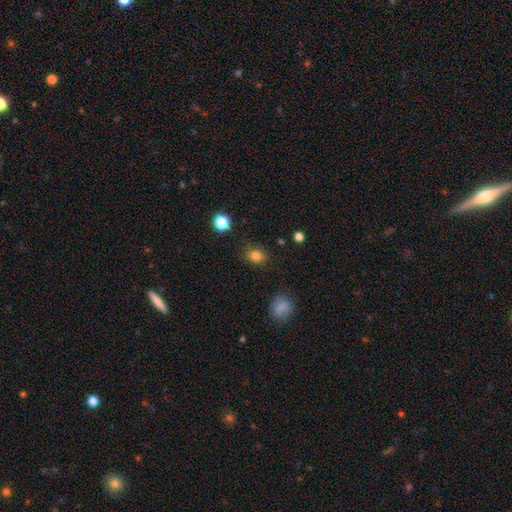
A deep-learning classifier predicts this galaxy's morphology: Overall: smooth (82%). How rounded: round (60%; in between 39%). Merging: none (80%).